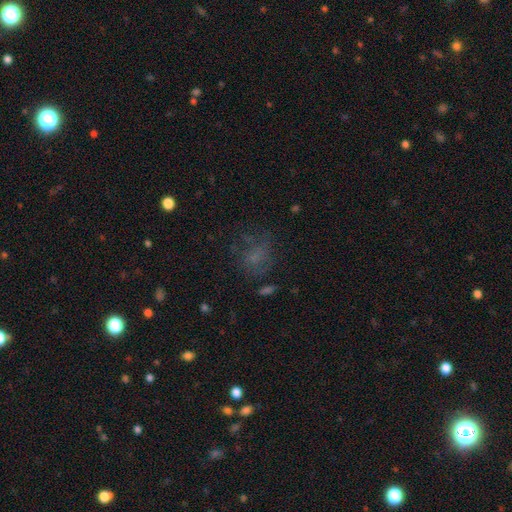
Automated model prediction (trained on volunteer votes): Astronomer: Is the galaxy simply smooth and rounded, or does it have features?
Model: smooth — 48% (runner-up: featured or disk, 27%).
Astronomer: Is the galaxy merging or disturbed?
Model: none — 54%.